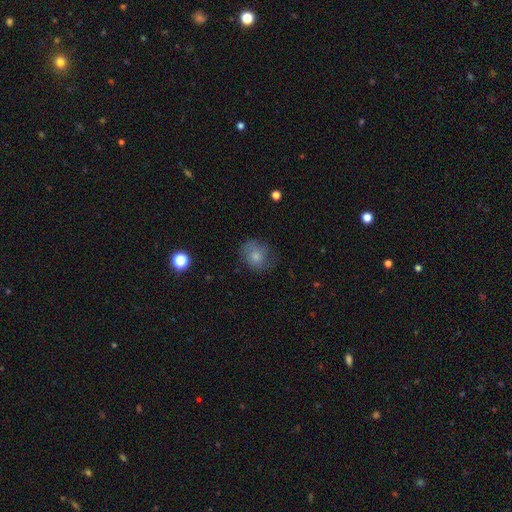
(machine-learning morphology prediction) This is likely a smooth galaxy (76%). How rounded: likely round (68%). Merging: likely none (61%).